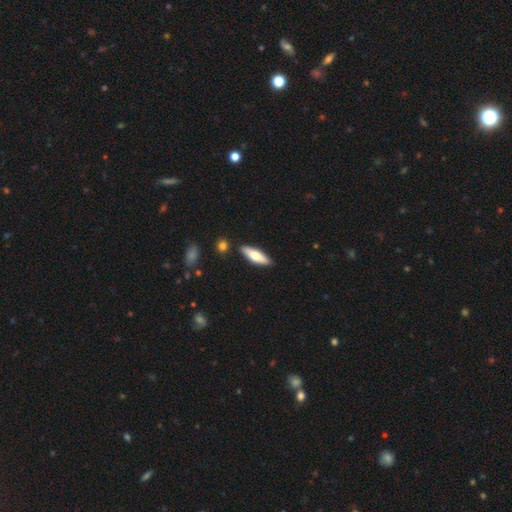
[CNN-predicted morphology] The model was most divided on "how rounded": cigar-shaped: 54%, in between: 44%, round: 2%. More confident: merging — none (87%); smooth or featured — smooth (64%).